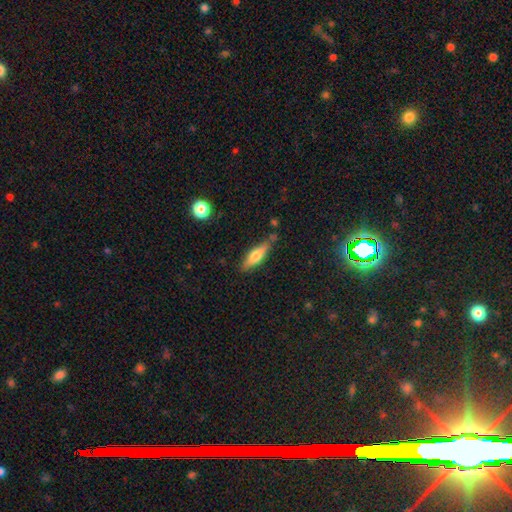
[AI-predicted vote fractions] This is possibly a smooth galaxy (57%). How rounded: likely cigar-shaped (61%). Merging: likely none (77%).